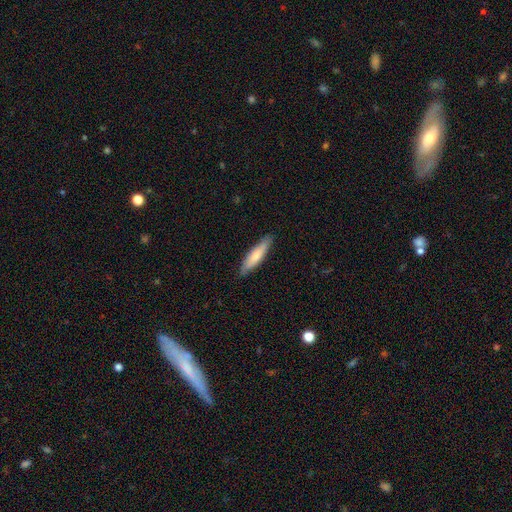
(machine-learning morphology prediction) smooth 72%, featured or disk 23%, star or artifact 5%. Down the decision tree: how rounded — cigar-shaped (79%); merging — none (87%).